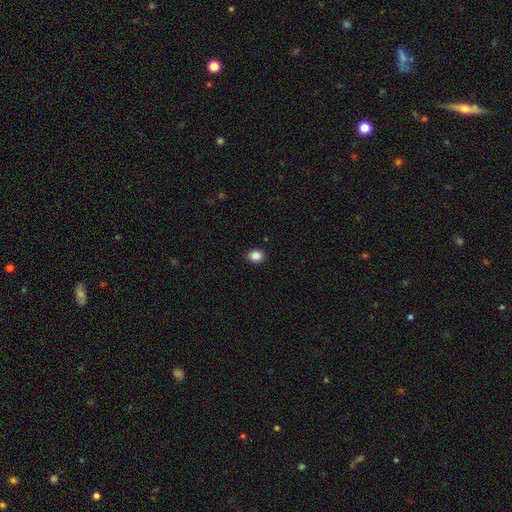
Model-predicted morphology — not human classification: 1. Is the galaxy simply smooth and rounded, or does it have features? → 86% smooth, 9% star or artifact, 5% featured or disk.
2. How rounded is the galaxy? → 54% in between, 45% round, 1% cigar-shaped.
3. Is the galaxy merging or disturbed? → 91% none, 6% minor disturbance, 2% major disturbance, 1% merger.